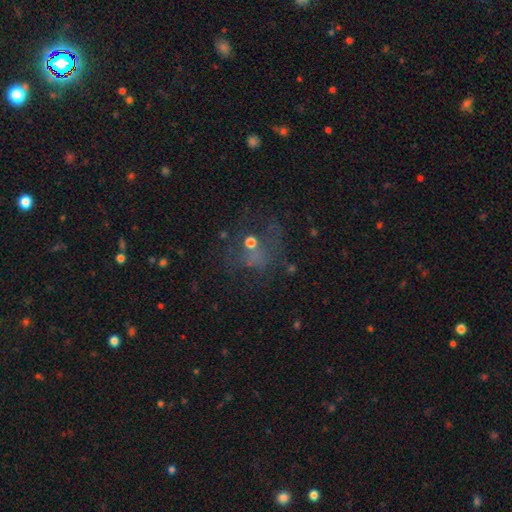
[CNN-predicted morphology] A smooth galaxy with no disk features (35%, tied with star or artifact).

Vote fractions:
- Smooth or featured? smooth: 35% (tied) / star or artifact: 35% (tied) / featured or disk: 30%
- Merging? none: 56% / major disturbance: 21% / minor disturbance: 17% / merger: 6%